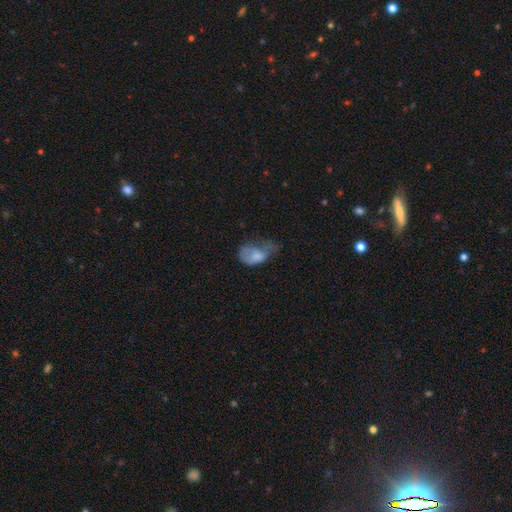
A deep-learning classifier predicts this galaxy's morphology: Overall: smooth (64%; featured or disk 26%). How rounded: in between (85%). Merging: major disturbance (52%; minor disturbance 28%).